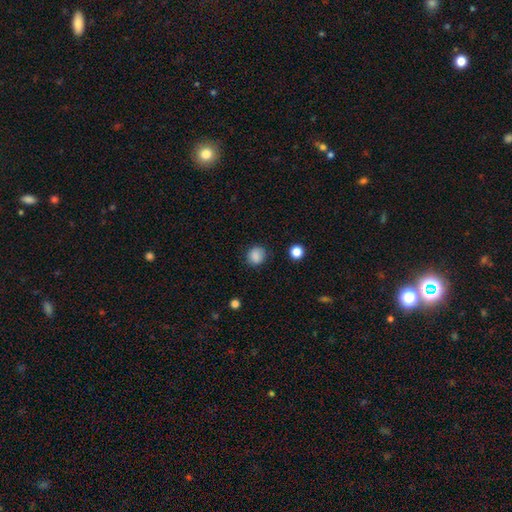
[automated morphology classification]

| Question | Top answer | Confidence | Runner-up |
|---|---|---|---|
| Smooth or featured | smooth | 86% | star or artifact (10%) |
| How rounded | round | 79% | in between (20%) |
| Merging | none | 82% | minor disturbance (13%) |